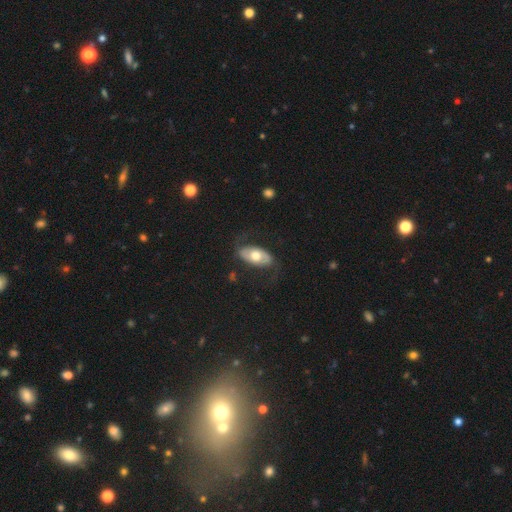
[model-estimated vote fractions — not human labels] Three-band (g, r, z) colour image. It shows a featured or disk galaxy (50%). Merging: none (70%).